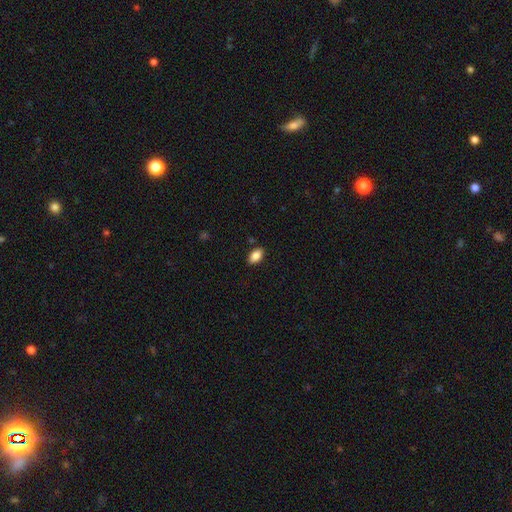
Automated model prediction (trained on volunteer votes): smooth_or_featured: smooth (p=0.84) [alt: featured or disk p=0.08]
how_rounded: in between (p=0.92) [alt: round p=0.05]
merging: none (p=0.87) [alt: minor disturbance p=0.10]